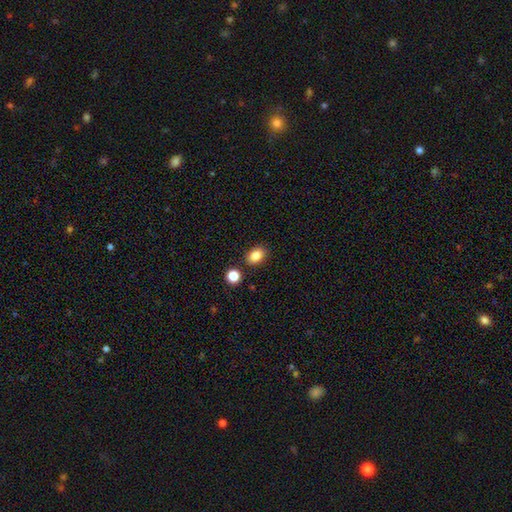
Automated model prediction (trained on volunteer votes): smooth 85%, star or artifact 10%, featured or disk 5%. Down the decision tree: how rounded — in between (74%); merging — none (85%).